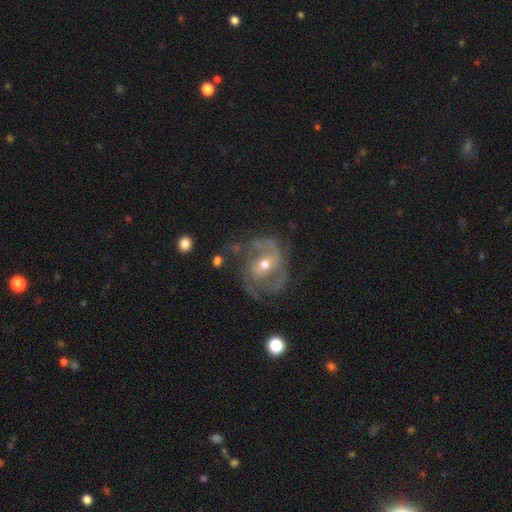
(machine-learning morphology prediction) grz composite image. It shows a featured or disk galaxy (84%) with no bar (42%), 2 (52%) medium (45%) spiral arms (92%) and a moderate central bulge (57%). Merging: none (62%).